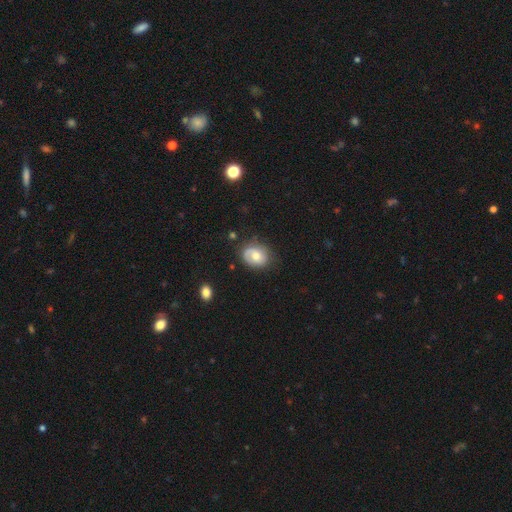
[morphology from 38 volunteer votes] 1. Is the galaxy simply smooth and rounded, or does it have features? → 55% featured or disk, 37% smooth, 8% star or artifact.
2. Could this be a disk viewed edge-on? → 95% no, 5% yes.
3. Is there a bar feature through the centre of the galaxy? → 75% no, 20% weak, 5% strong.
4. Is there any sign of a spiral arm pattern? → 90% yes, 10% no.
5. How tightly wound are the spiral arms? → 44% tight, 39% loose, 17% medium.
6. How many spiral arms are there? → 61% 1, 33% 2, 6% can't tell, 0% 3, 0% 4, 0% more than 4.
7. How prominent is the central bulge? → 75% moderate, 25% small, 0% dominant, 0% large, 0% none.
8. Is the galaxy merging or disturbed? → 80% none, 17% minor disturbance, 3% major disturbance, 0% merger.